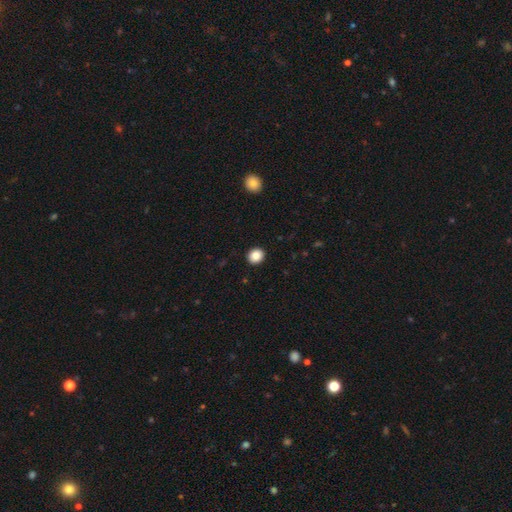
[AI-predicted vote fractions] smooth_or_featured: smooth (p=0.85) [alt: star or artifact p=0.09]
how_rounded: round (p=0.82) [alt: in between p=0.18]
merging: none (p=0.93) [alt: minor disturbance p=0.05]